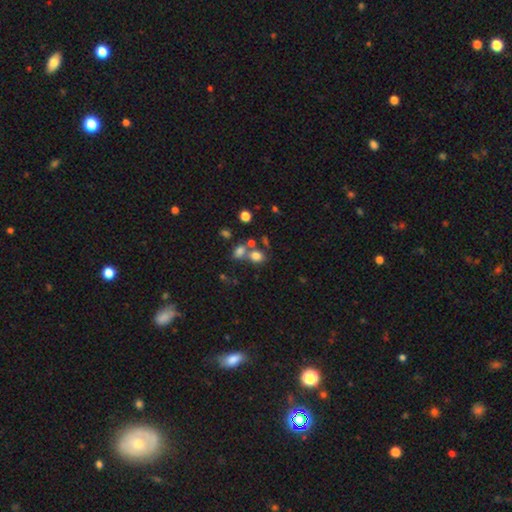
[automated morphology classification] smooth-or-featured: smooth: 75% | star or artifact: 15% | featured or disk: 11%
  how-rounded: round: 53% | in between: 46% | cigar-shaped: 1%
  merging: none: 44% | merger: 40% | minor disturbance: 10% | major disturbance: 6%